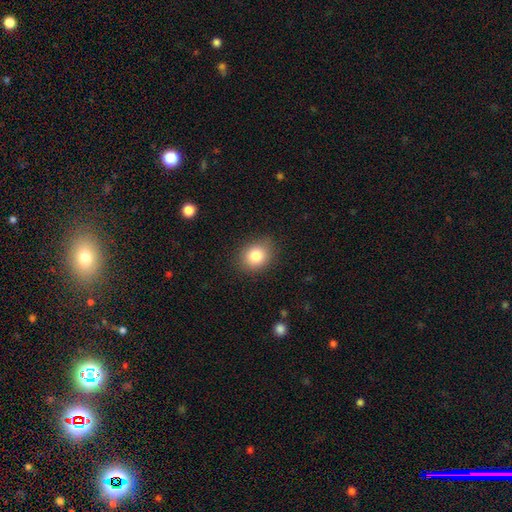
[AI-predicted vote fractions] Morphology: type=smooth (83%); roundness=round (58%); merging=none (85%).